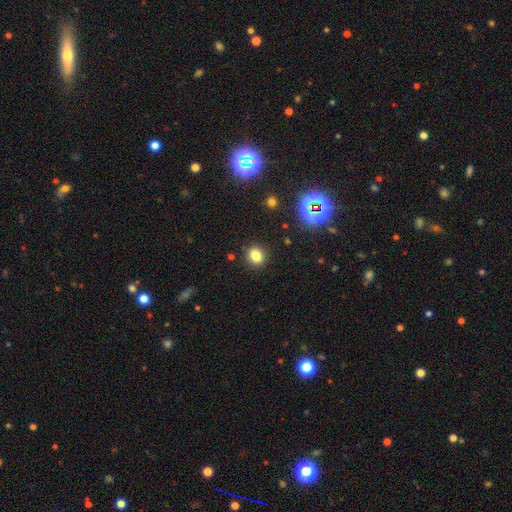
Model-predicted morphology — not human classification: smooth-or-featured: smooth: 80% | star or artifact: 14% | featured or disk: 6%
  how-rounded: round: 61% | in between: 37% | cigar-shaped: 1%
  merging: none: 89% | minor disturbance: 7% | major disturbance: 2% | merger: 1%